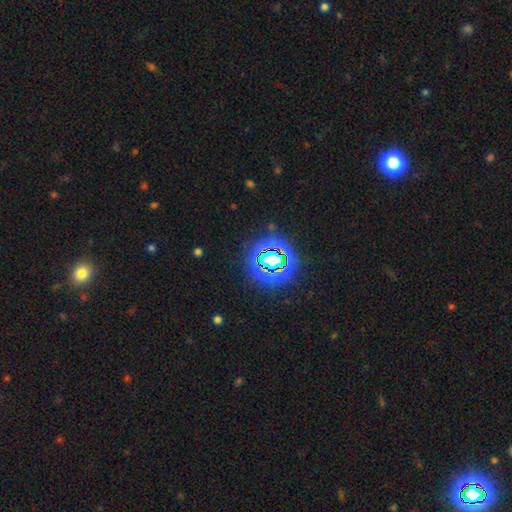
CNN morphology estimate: smooth-or-featured: star or artifact: 80% | smooth: 14% | featured or disk: 6%